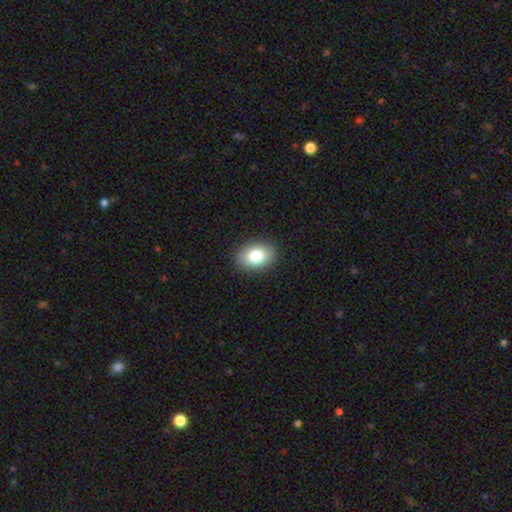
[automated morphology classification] Smooth or featured? smooth (80%)
How rounded? in between (77%)
Merging? none (90%)